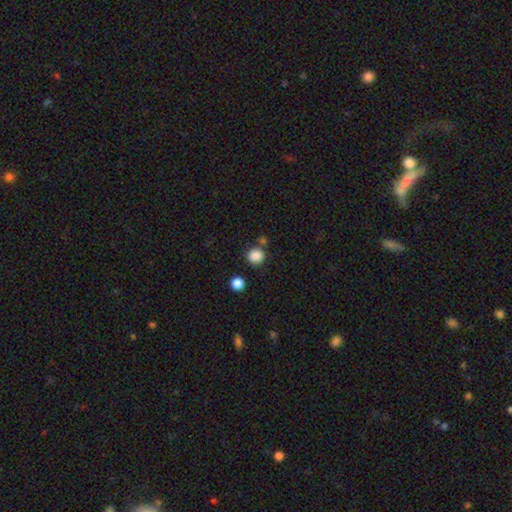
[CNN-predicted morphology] Overall: smooth (86%). How rounded: round (86%). Merging: none (77%).